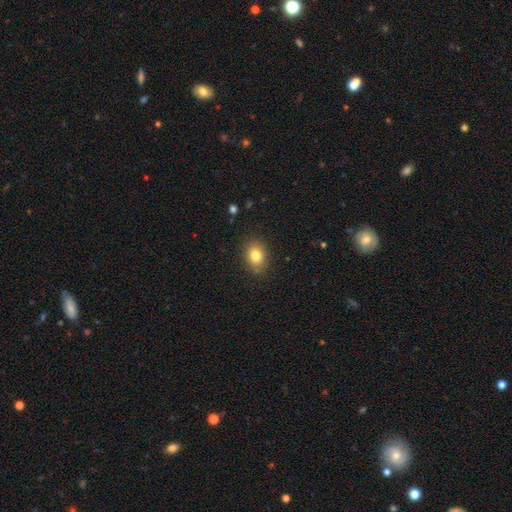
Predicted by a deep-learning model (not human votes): This appears to be a smooth galaxy with no disk features (82%) that is in between round and cigar-shaped (66%). Merging: none (86%).